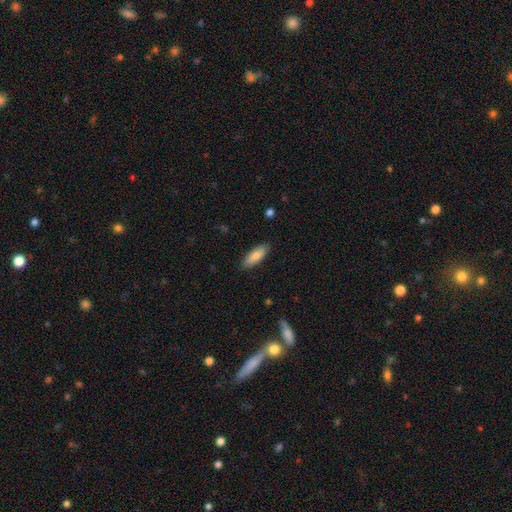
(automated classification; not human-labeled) Morphology: type=smooth (84%); roundness=in between (67%); merging=none (88%).